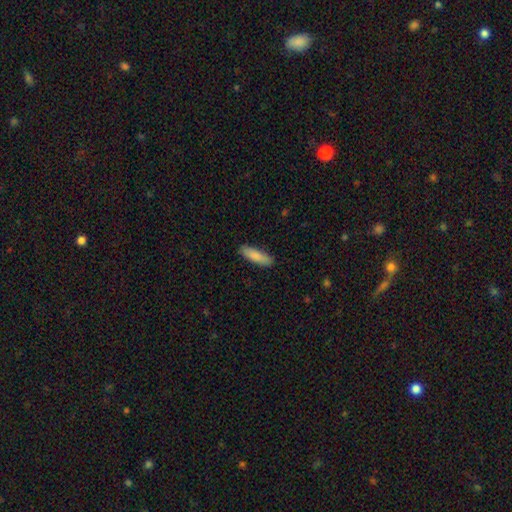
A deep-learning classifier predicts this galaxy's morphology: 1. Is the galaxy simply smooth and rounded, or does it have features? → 87% smooth, 8% featured or disk, 5% star or artifact.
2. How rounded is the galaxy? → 60% cigar-shaped, 38% in between, 1% round.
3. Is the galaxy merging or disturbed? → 87% none, 10% minor disturbance, 2% major disturbance, 1% merger.